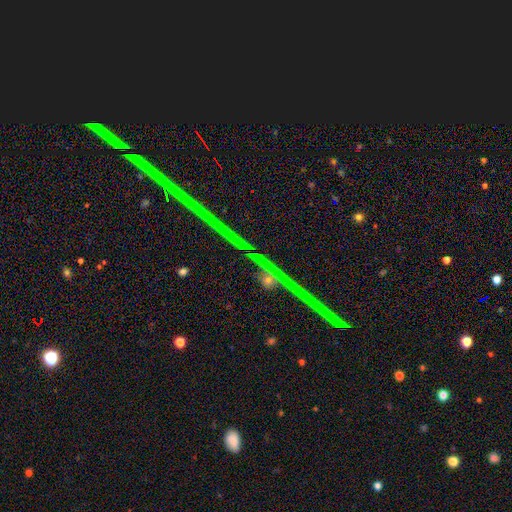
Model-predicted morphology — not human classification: Q: Smooth or featured?
A: star or artifact (77%); runner-up: featured or disk (15%)